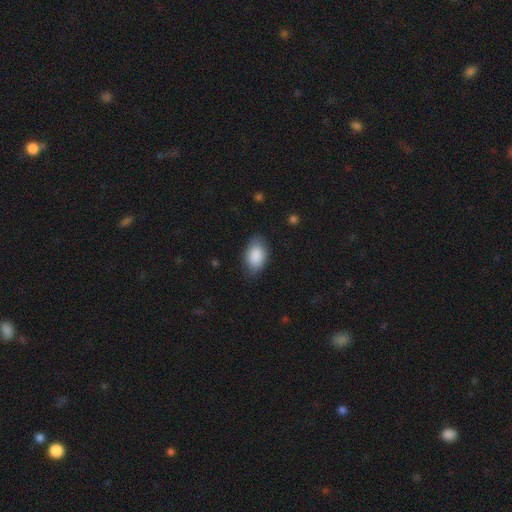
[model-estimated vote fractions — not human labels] Morphology: type=smooth (88%); roundness=in between (92%); merging=none (77%).